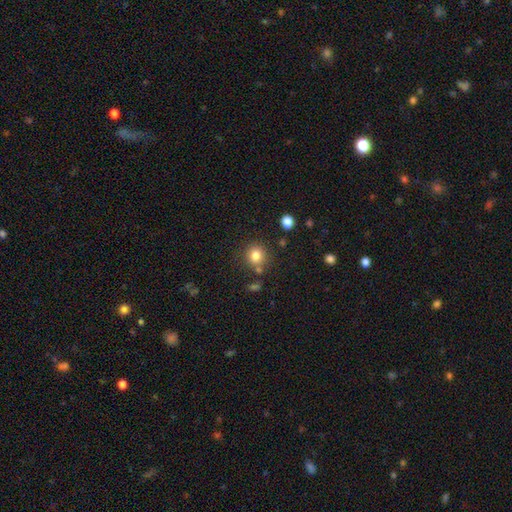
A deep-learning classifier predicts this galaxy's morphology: type=smooth (82%); roundness=round (88%); merging=none (78%).